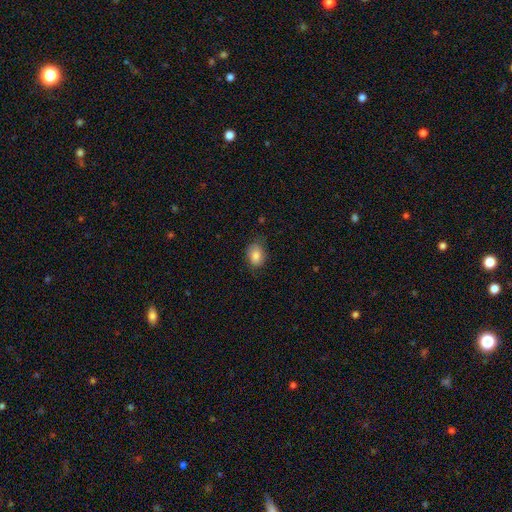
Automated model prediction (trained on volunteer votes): Smooth or featured? Predicted: smooth (p=0.83). How rounded? Predicted: in between (p=0.68). Merging? Predicted: none (p=0.72).